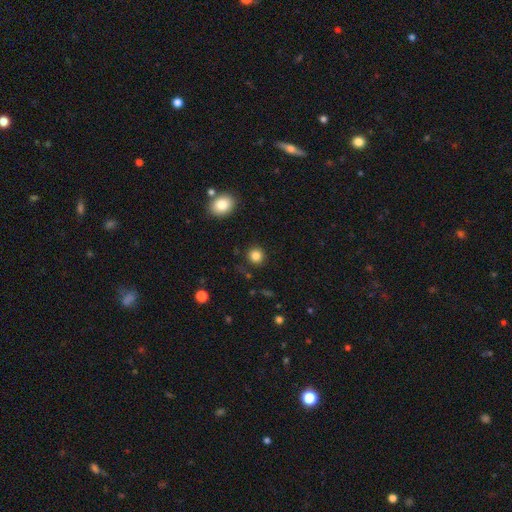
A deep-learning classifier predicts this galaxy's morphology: A smooth galaxy with no disk features (84%) that is round (91%). Merging: none (89%).